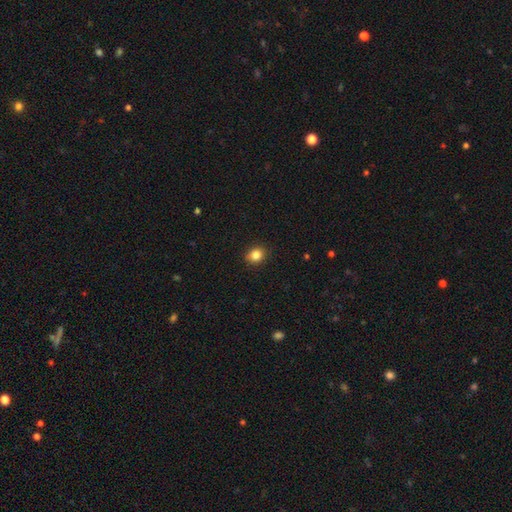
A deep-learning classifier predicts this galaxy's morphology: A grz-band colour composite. It shows a smooth galaxy with no disk features (85%) that is round (67%). Merging: none (89%).